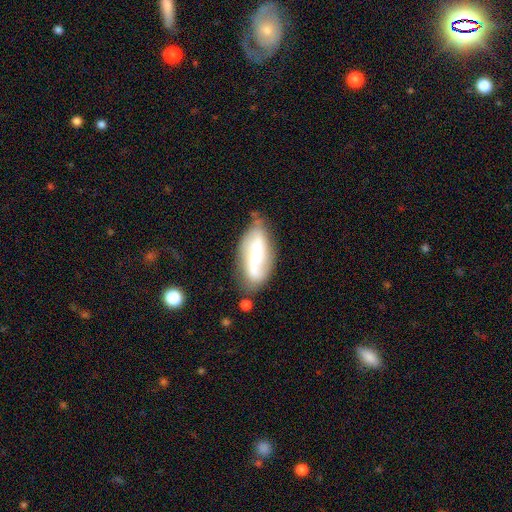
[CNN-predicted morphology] Overall: featured or disk (57%; smooth 36%). Edge-on disk: no (89%). Bar: no (46%; weak 35%). Spiral arms: yes (85%). Bulge size: small (44%; moderate 39%). Merging: none (65%).